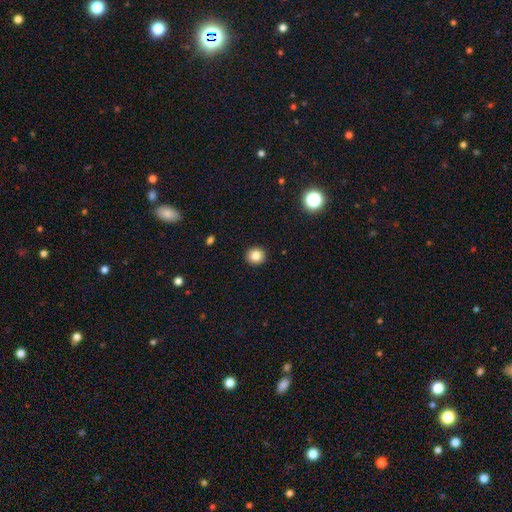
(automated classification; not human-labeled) Morphology: type=smooth (83%); roundness=round (90%); merging=none (93%).